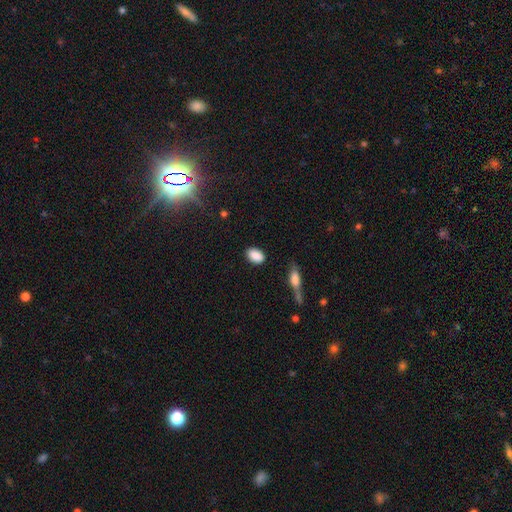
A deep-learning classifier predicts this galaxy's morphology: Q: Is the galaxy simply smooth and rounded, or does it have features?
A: smooth — 88%.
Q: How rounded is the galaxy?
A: in between — 87%.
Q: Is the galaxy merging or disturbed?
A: none — 84%.